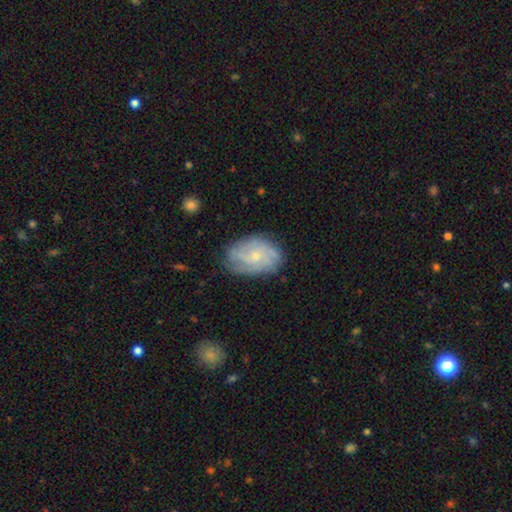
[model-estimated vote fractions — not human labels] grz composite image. It shows a featured or disk galaxy (65%) with no bar (75%), tight (47%) spiral arms (86%) and a small central bulge (71%). Merging: none (71%).